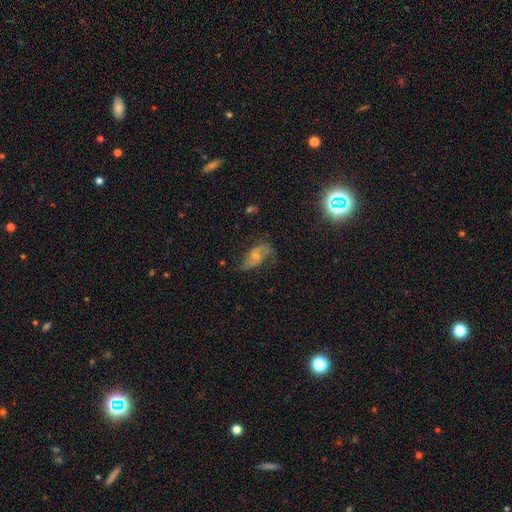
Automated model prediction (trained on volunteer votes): This appears to be a featured or disk galaxy (63%) with no bar (67%), 2 (73%) loose (45%) spiral arms (86%) and a small central bulge (48%). Merging: none (60%).